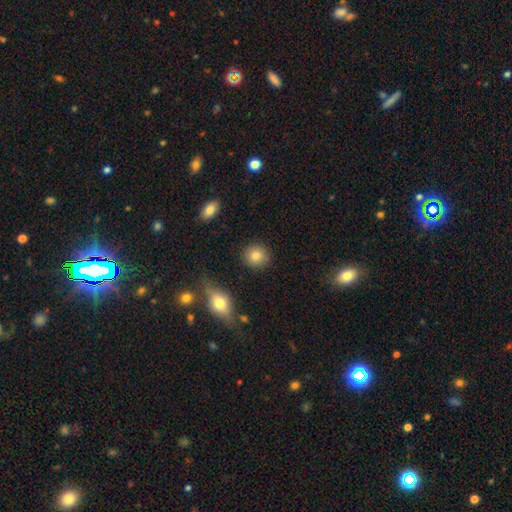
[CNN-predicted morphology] Smooth or featured? Predicted: smooth (p=0.83). How rounded? Predicted: round (p=0.86). Merging? Predicted: none (p=0.87).